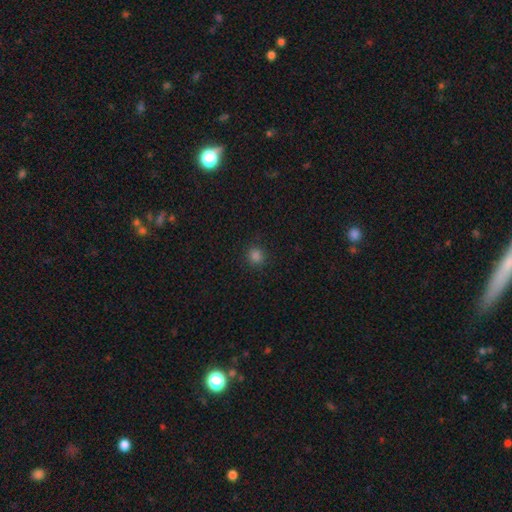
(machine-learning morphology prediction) This is clearly a smooth galaxy (80%). How rounded: clearly round (91%). Merging: clearly none (89%).